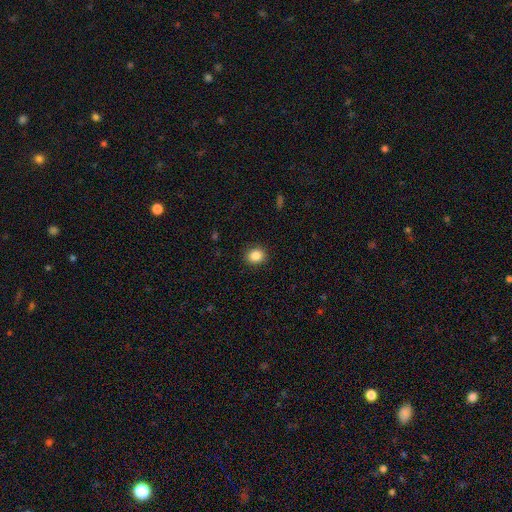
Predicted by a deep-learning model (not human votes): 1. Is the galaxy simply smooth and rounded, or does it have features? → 86% smooth, 10% star or artifact, 4% featured or disk.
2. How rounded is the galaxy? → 73% round, 26% in between, 1% cigar-shaped.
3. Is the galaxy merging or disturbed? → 90% none, 7% minor disturbance, 2% major disturbance, 1% merger.